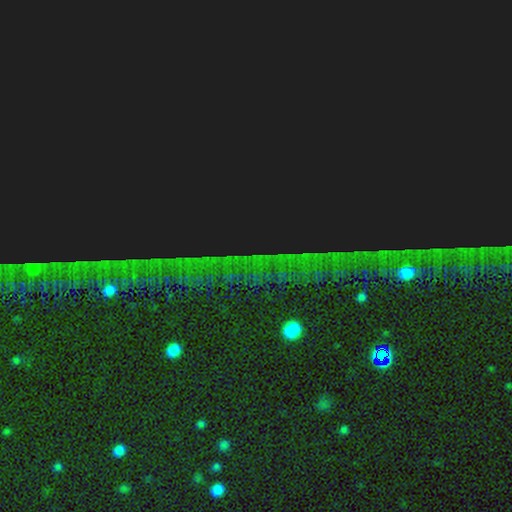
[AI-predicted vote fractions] This is clearly a star or artifact rather than a galaxy (87%).